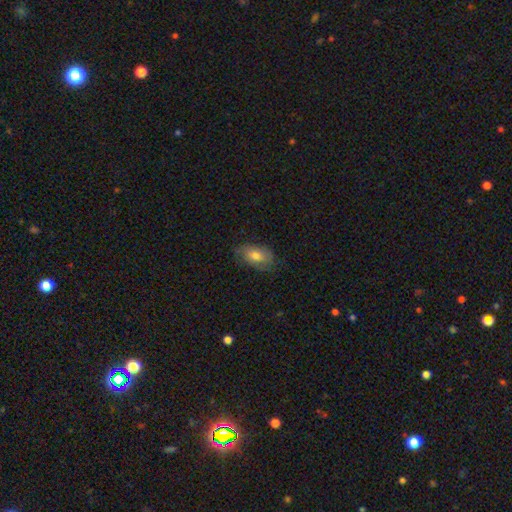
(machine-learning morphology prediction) Smooth or featured: smooth — 69% (featured or disk — 23%)
How rounded: in between — 88% (round — 8%)
Merging: none — 69% (minor disturbance — 24%)